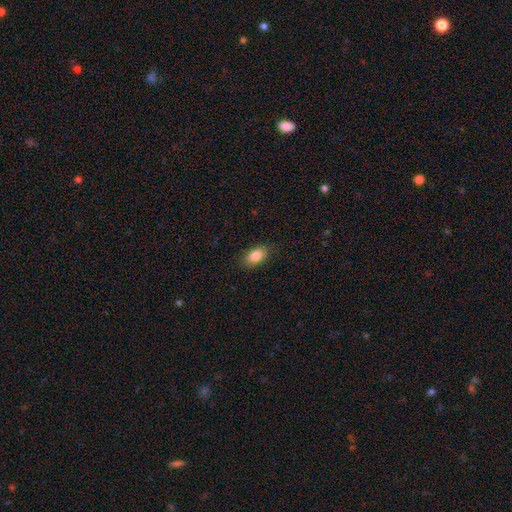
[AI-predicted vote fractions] Smooth or featured?
  - smooth: 85% *
  - star or artifact: 7%
  - featured or disk: 7%
How rounded?
  - in between: 90% *
  - round: 7%
  - cigar-shaped: 3%
Merging?
  - none: 85% *
  - minor disturbance: 11%
  - major disturbance: 3%
  - merger: 1%